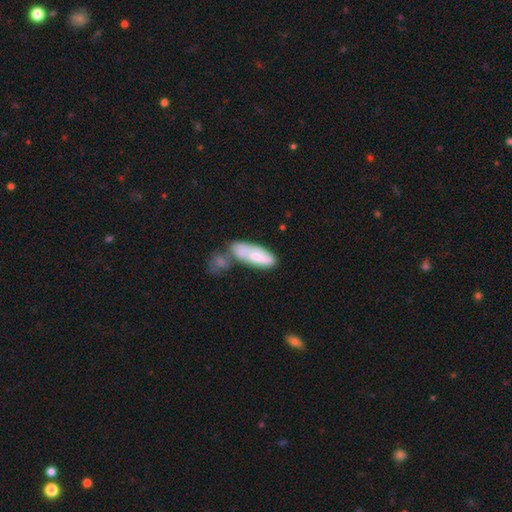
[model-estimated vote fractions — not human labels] A smooth galaxy with no disk features (62%) that is in between round and cigar-shaped (69%). Merging: merger (46%).